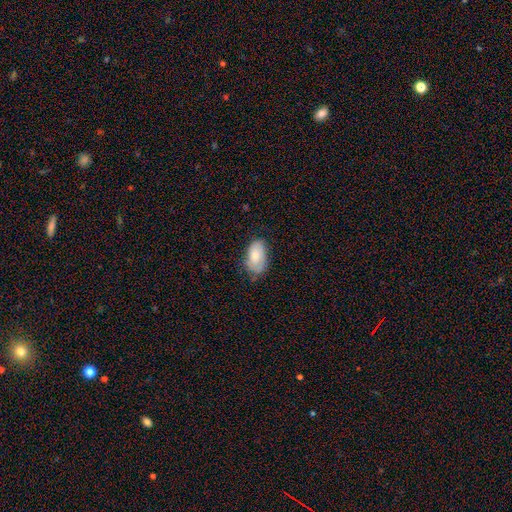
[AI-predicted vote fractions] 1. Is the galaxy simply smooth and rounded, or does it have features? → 68% smooth, 25% featured or disk, 7% star or artifact.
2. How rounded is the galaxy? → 93% in between, 5% round, 2% cigar-shaped.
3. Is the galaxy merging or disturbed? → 62% none, 30% minor disturbance, 7% major disturbance, 1% merger.